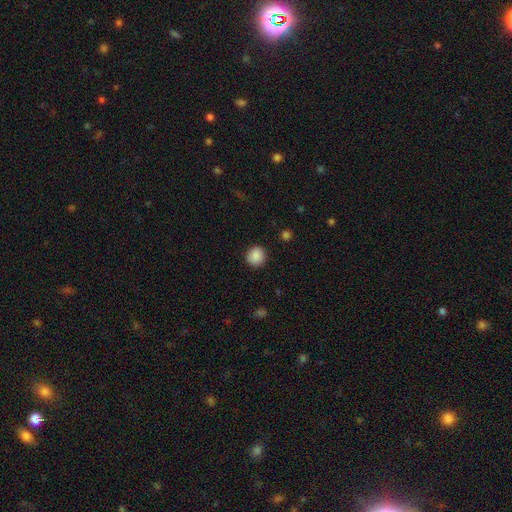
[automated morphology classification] This is clearly a smooth galaxy (88%). How rounded: clearly round (89%). Merging: clearly none (90%).